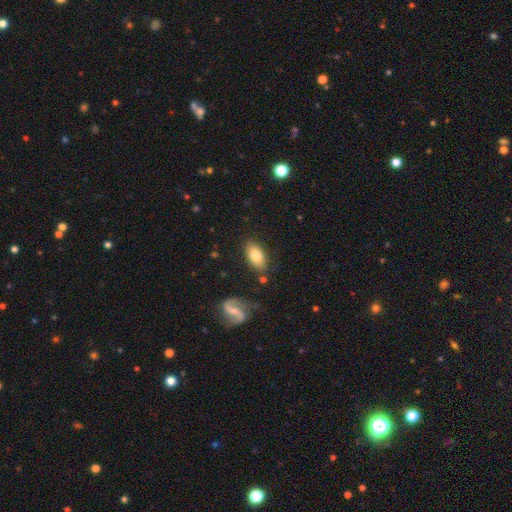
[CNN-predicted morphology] smooth 76%, featured or disk 17%, star or artifact 7%. Down the decision tree: how rounded — in between (92%); merging — none (81%).